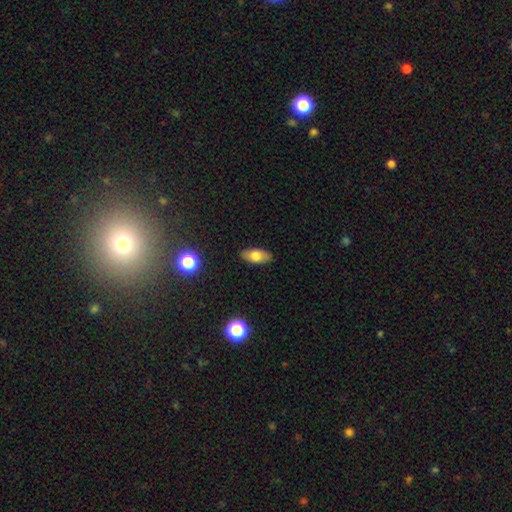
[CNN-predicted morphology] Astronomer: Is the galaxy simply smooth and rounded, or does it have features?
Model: smooth — 76%.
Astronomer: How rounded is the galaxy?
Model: in between — 87%.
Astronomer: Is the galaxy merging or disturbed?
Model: none — 88%.